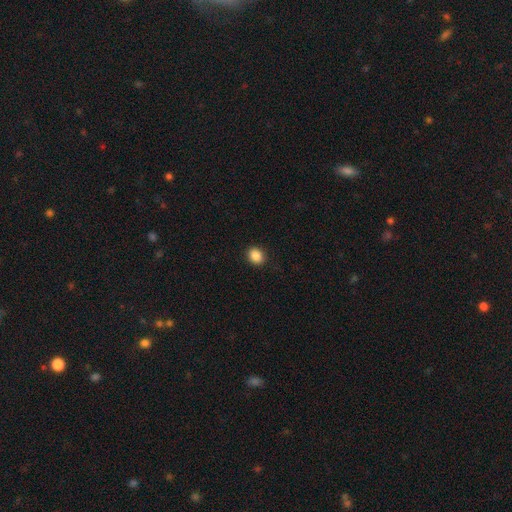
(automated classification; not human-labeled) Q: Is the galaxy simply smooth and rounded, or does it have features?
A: smooth — 87%.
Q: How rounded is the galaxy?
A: round — 58%.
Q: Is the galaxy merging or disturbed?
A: none — 91%.